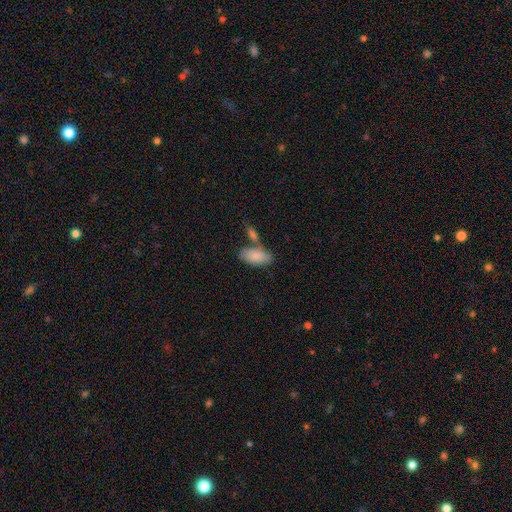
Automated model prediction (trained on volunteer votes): Smooth or featured: smooth — 84% (featured or disk — 11%)
How rounded: in between — 92% (cigar-shaped — 5%)
Merging: none — 55% (merger — 26%)